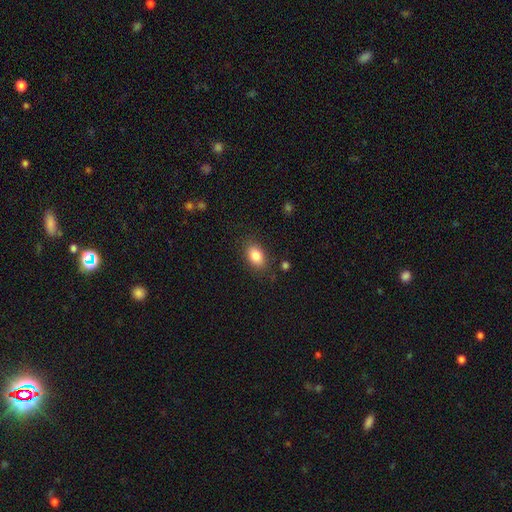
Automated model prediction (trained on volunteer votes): A smooth galaxy with no disk features (85%) that is in between round and cigar-shaped (84%).

Vote fractions:
- Smooth or featured? smooth: 85% / star or artifact: 8% / featured or disk: 7%
- How rounded? in between: 84% / round: 14% / cigar-shaped: 2%
- Merging? none: 83% / minor disturbance: 12% / major disturbance: 3% / merger: 2%